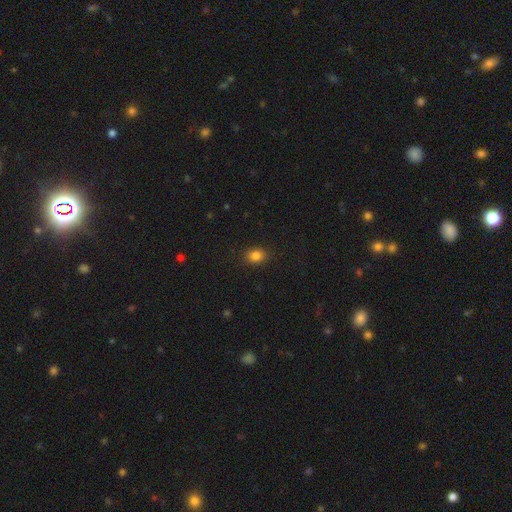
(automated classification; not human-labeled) Smooth or featured? Predicted: smooth (p=0.84). How rounded? Predicted: in between (p=0.54). Merging? Predicted: none (p=0.87).